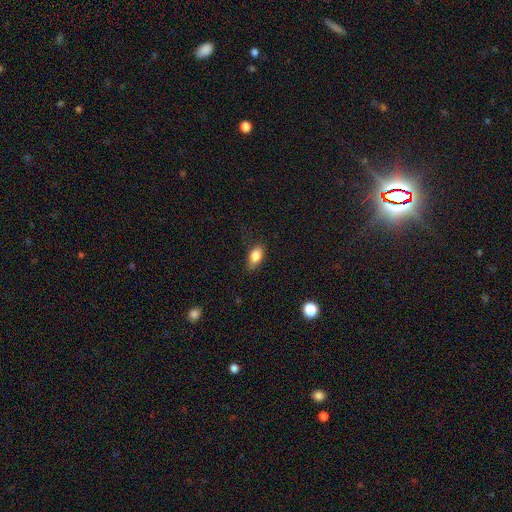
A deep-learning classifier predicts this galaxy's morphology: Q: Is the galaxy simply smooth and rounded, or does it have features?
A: smooth — 82%.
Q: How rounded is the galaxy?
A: in between — 85%.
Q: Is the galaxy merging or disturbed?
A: none — 74%.